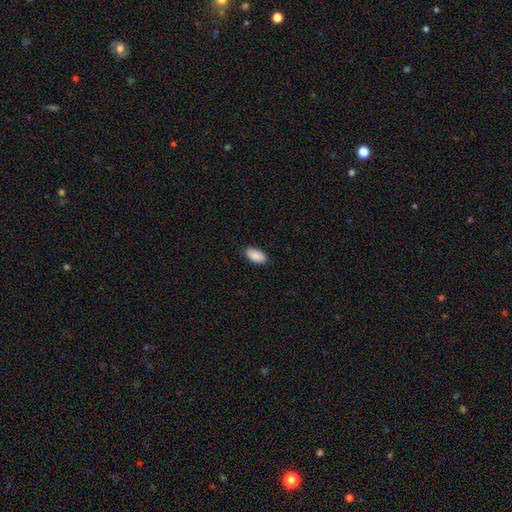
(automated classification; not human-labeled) smooth-or-featured: smooth: 88% | star or artifact: 6% | featured or disk: 6%
  how-rounded: in between: 95% | round: 3% | cigar-shaped: 3%
  merging: none: 85% | minor disturbance: 12% | major disturbance: 2% | merger: 1%